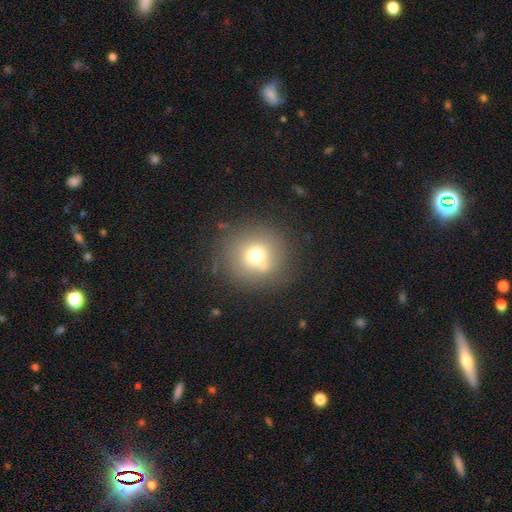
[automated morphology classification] smooth_or_featured: smooth (p=0.68) [alt: featured or disk p=0.16]
how_rounded: round (p=0.92) [alt: in between p=0.07]
merging: none (p=0.78) [alt: minor disturbance p=0.12]